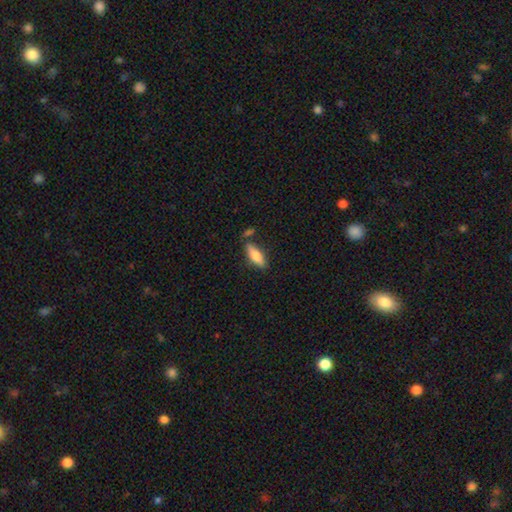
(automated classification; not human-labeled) Smooth or featured?
  - smooth: 70% *
  - featured or disk: 24%
  - star or artifact: 6%
How rounded?
  - in between: 54% *
  - cigar-shaped: 44%
  - round: 2%
Merging?
  - none: 76% *
  - minor disturbance: 13%
  - merger: 8%
  - major disturbance: 3%